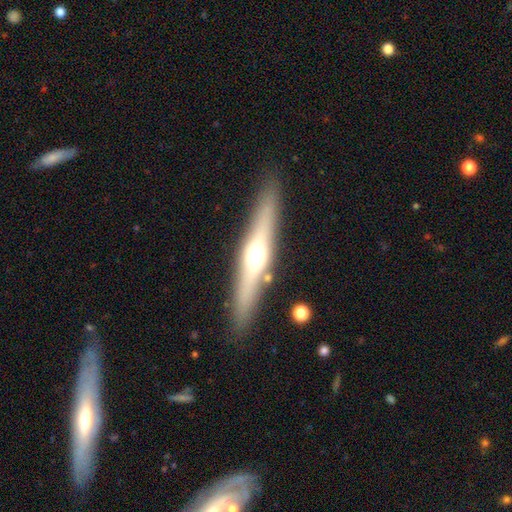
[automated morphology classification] Q: Smooth or featured?
A: featured or disk (65%); runner-up: smooth (29%)
Q: Edge-on disk?
A: yes (95%); runner-up: no (5%)
Q: Edge-on bulge?
A: rounded (89%); runner-up: none (6%)
Q: Merging?
A: none (88%); runner-up: minor disturbance (8%)